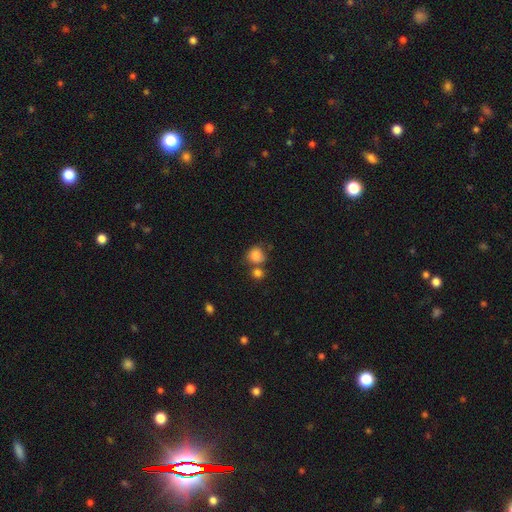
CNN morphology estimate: Overall: smooth (82%). How rounded: round (78%). Merging: none (51%; merger 30%).